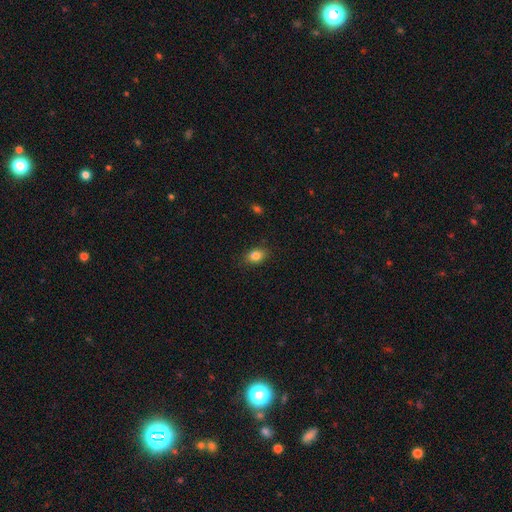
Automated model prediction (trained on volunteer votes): Smooth or featured? Predicted: smooth (p=0.84). How rounded? Predicted: in between (p=0.70). Merging? Predicted: none (p=0.84).